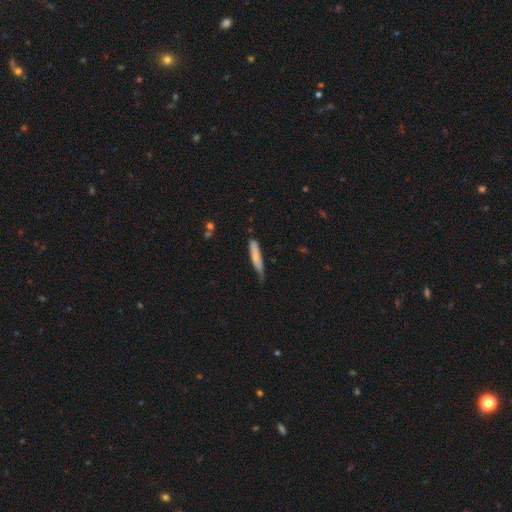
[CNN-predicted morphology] A smooth galaxy with no disk features (75%) that is cigar-shaped (88%). Merging: none (49%).